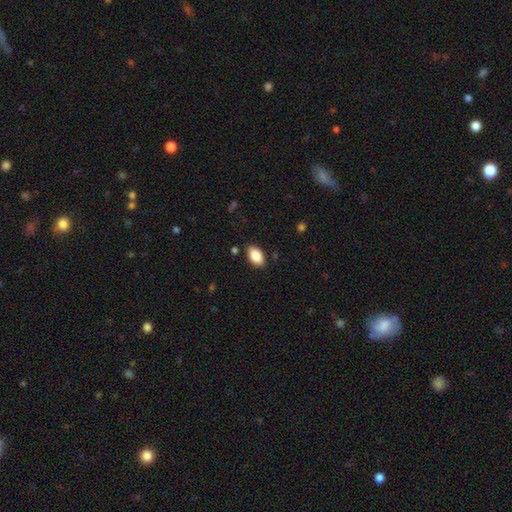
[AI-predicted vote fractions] smooth_or_featured: smooth (p=0.86) [alt: star or artifact p=0.07]
how_rounded: in between (p=0.93) [alt: round p=0.05]
merging: none (p=0.86) [alt: minor disturbance p=0.11]